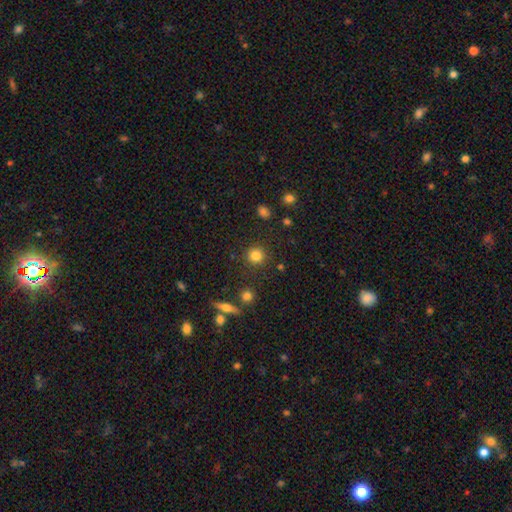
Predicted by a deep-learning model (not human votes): Smooth or featured?
  - smooth: 82% *
  - star or artifact: 12%
  - featured or disk: 6%
How rounded?
  - round: 92% *
  - in between: 7%
  - cigar-shaped: 1%
Merging?
  - none: 87% *
  - minor disturbance: 7%
  - merger: 3%
  - major disturbance: 3%